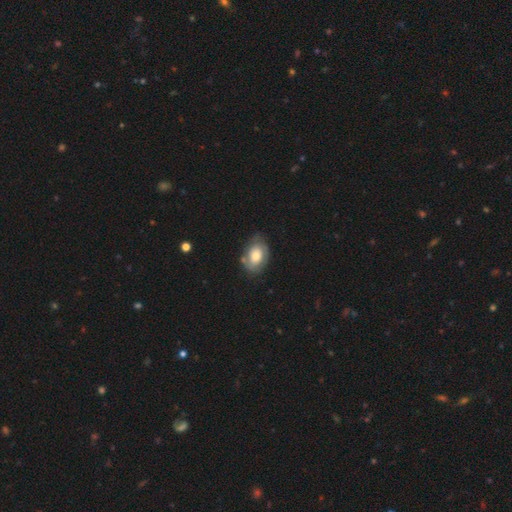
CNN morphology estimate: This is possibly a smooth galaxy (52%). How rounded: clearly in between (80%). Merging: likely none (65%).